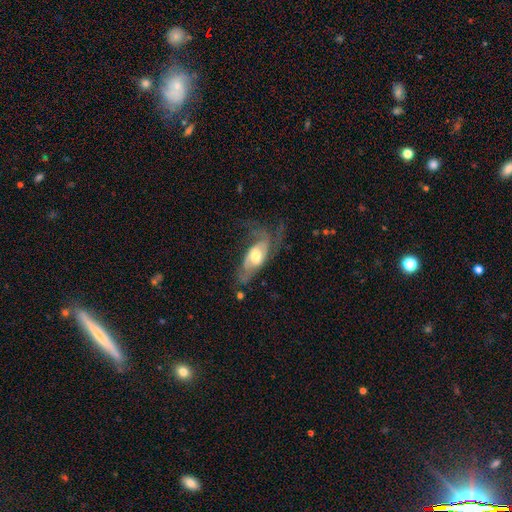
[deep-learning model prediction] This is likely a featured or disk galaxy (67%). It is clearly not viewed edge-on (87%). Bar: possibly no (58%). Spiral arm pattern: clearly yes (80%). Central bulge: likely moderate (63%). Merging: marginally none (38%).